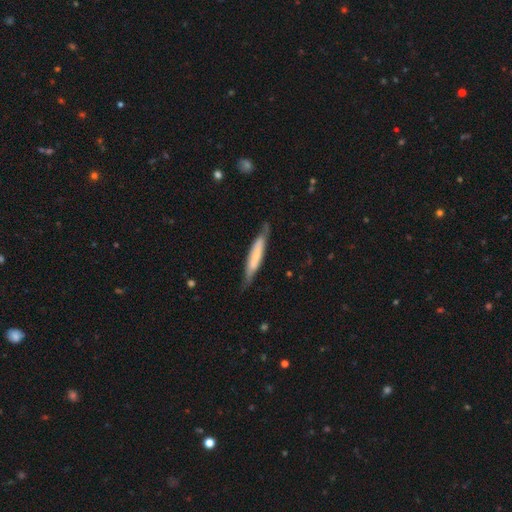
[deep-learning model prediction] smooth_or_featured: smooth (p=0.54) [alt: featured or disk p=0.40]
how_rounded: cigar-shaped (p=0.91) [alt: in between p=0.08]
merging: none (p=0.75) [alt: minor disturbance p=0.19]